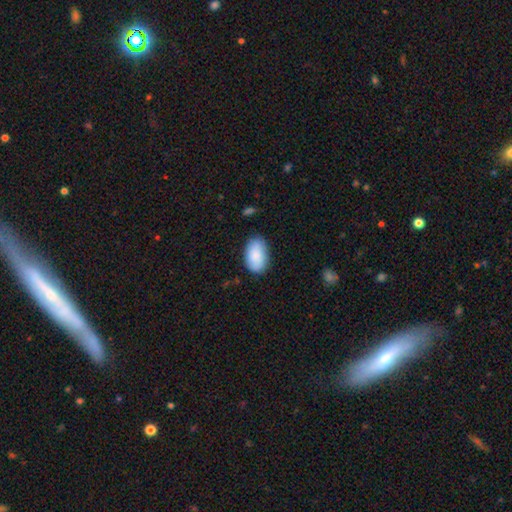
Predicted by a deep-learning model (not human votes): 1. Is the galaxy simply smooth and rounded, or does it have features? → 86% smooth, 8% featured or disk, 6% star or artifact.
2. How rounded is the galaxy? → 93% in between, 6% round, 1% cigar-shaped.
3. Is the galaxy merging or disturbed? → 81% none, 14% minor disturbance, 3% major disturbance, 1% merger.